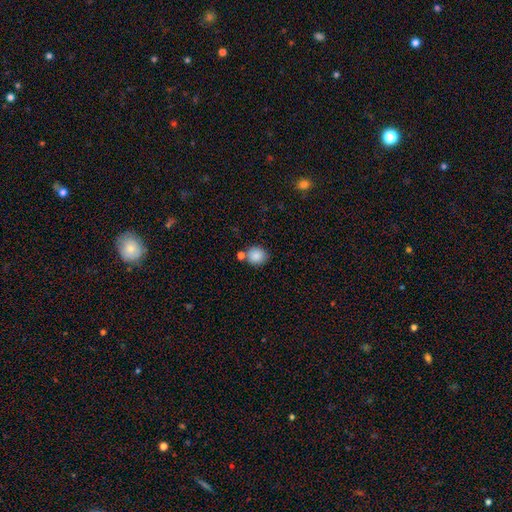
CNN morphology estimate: Smooth or featured: smooth — 87% (star or artifact — 9%)
How rounded: round — 80% (in between — 19%)
Merging: none — 71% (merger — 15%)